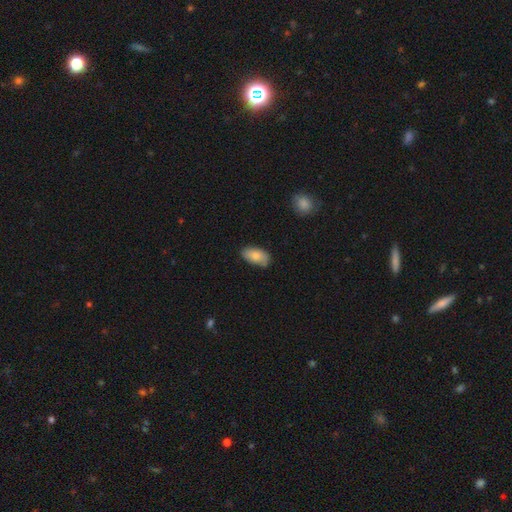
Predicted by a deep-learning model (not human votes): Smooth or featured?
  - smooth: 78% *
  - featured or disk: 15%
  - star or artifact: 7%
How rounded?
  - in between: 94% *
  - round: 4%
  - cigar-shaped: 2%
Merging?
  - none: 75% *
  - minor disturbance: 20%
  - major disturbance: 3%
  - merger: 2%